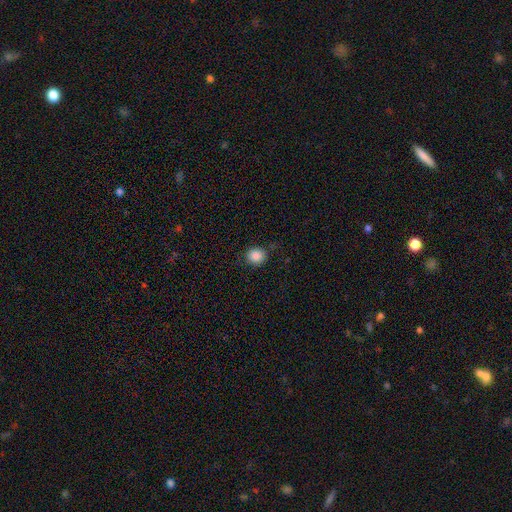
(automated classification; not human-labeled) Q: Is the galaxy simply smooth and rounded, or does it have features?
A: smooth — 87%.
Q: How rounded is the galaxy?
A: round — 86%.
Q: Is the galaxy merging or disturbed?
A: none — 84%.